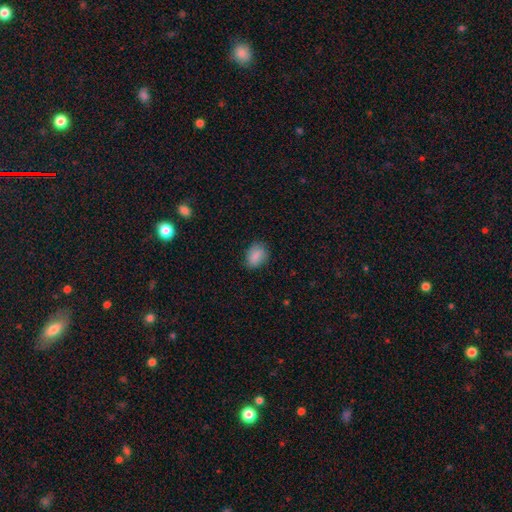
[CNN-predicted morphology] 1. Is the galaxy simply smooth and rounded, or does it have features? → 86% smooth, 8% star or artifact, 6% featured or disk.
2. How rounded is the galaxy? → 70% in between, 29% round, 1% cigar-shaped.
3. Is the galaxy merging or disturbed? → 78% none, 17% minor disturbance, 4% major disturbance, 1% merger.